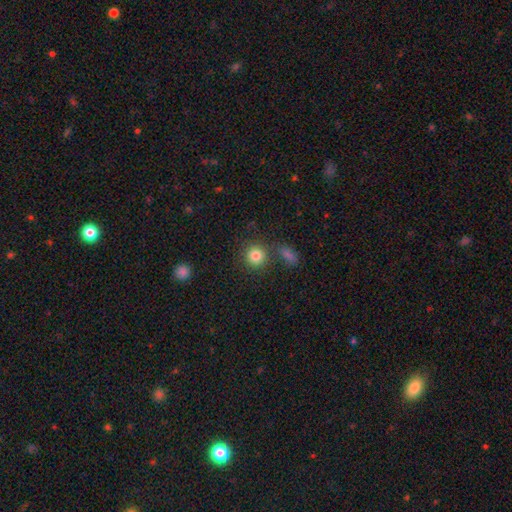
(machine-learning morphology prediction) Q: Smooth or featured?
A: smooth (83%); runner-up: star or artifact (10%)
Q: How rounded?
A: round (91%); runner-up: in between (8%)
Q: Merging?
A: none (76%); runner-up: merger (11%)